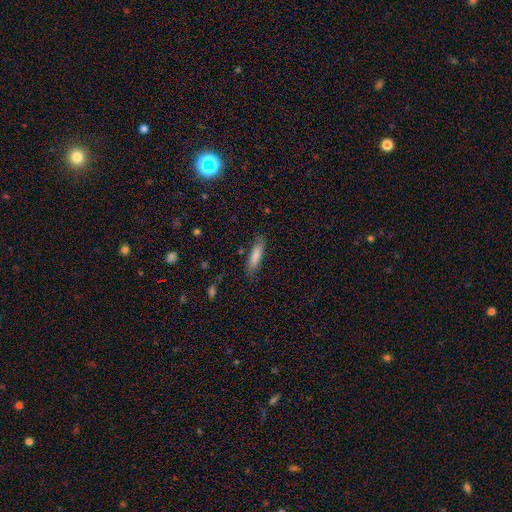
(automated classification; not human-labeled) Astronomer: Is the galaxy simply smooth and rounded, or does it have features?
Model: smooth — 81%.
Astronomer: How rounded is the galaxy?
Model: cigar-shaped — 67%.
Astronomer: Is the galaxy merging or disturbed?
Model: none — 81%.